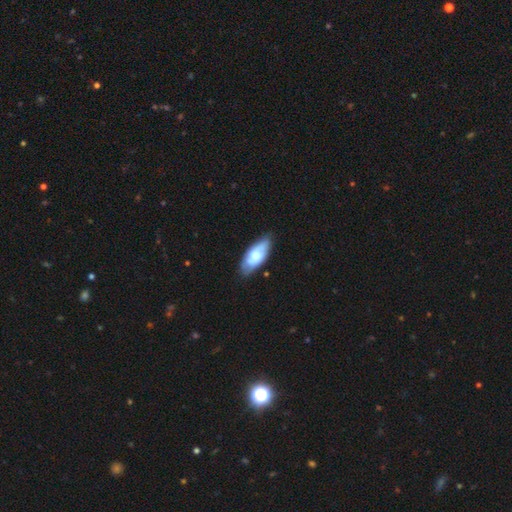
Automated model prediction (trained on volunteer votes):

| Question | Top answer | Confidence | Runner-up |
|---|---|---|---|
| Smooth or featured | smooth | 62% | featured or disk (32%) |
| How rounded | in between | 84% | cigar-shaped (14%) |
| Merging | none | 73% | minor disturbance (22%) |